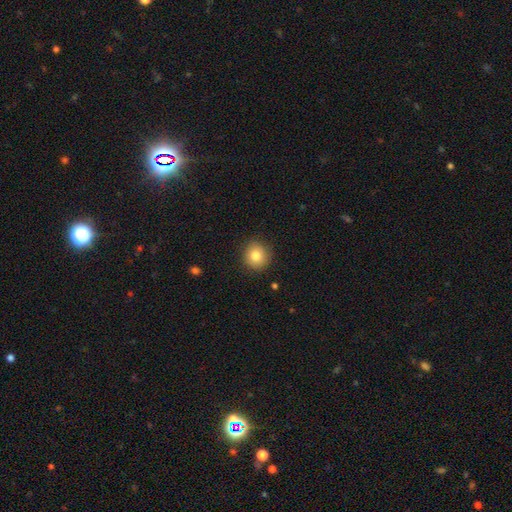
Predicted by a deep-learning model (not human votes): This is clearly a smooth galaxy (82%). How rounded: clearly round (86%). Merging: clearly none (88%).